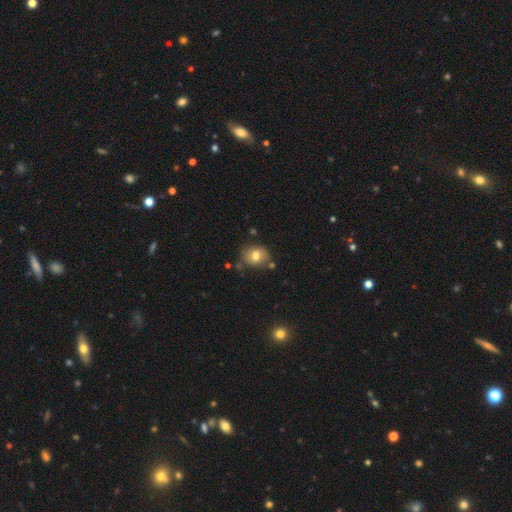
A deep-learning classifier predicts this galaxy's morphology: Q: Smooth or featured?
A: smooth (76%); runner-up: featured or disk (14%)
Q: How rounded?
A: round (61%); runner-up: in between (38%)
Q: Merging?
A: none (73%); runner-up: minor disturbance (17%)